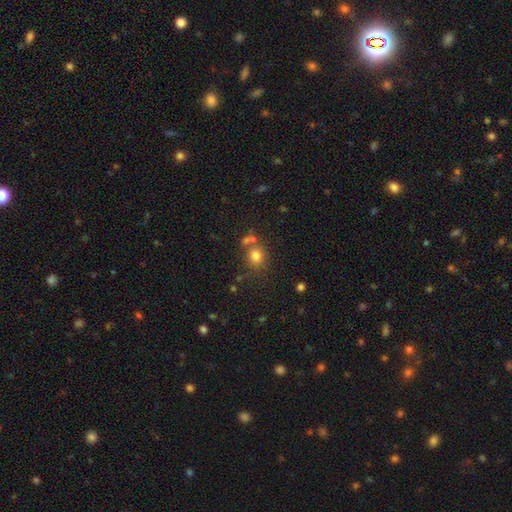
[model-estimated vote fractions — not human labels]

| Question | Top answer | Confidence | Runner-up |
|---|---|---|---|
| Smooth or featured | smooth | 77% | star or artifact (15%) |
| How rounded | round | 77% | in between (22%) |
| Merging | none | 63% | merger (20%) |